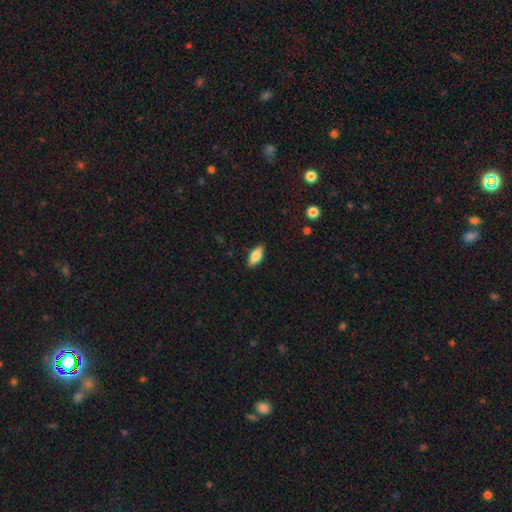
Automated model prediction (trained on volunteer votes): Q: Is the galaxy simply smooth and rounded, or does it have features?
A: smooth — 75%.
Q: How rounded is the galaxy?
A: in between — 80%.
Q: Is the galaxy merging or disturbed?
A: none — 88%.